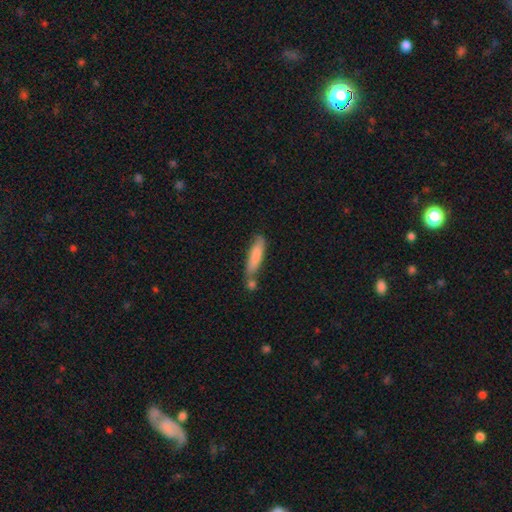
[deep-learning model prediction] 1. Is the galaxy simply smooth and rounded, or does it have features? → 79% smooth, 15% featured or disk, 6% star or artifact.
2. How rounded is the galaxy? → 80% cigar-shaped, 19% in between, 2% round.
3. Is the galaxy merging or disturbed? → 56% none, 21% merger, 18% minor disturbance, 5% major disturbance.